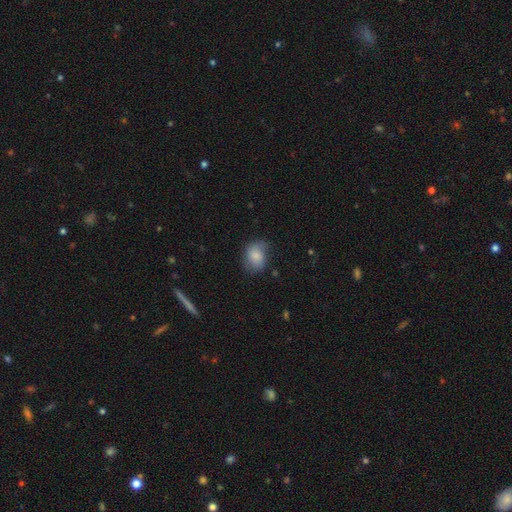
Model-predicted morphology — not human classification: This appears to be a smooth galaxy with no disk features (70%) that is in between round and cigar-shaped (62%). Merging: none (55%).